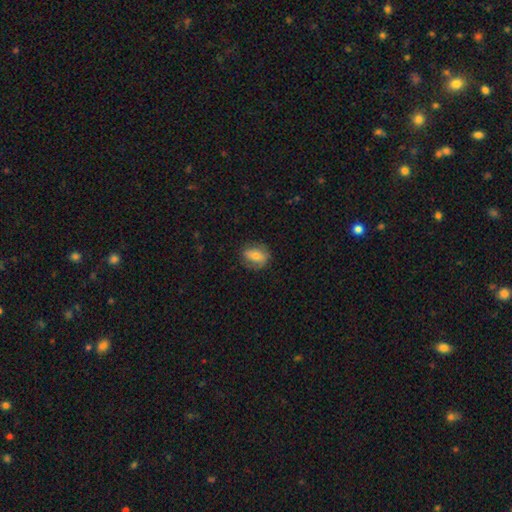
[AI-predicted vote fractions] Smooth or featured?
  - smooth: 67% *
  - featured or disk: 25%
  - star or artifact: 8%
How rounded?
  - in between: 64% *
  - round: 33%
  - cigar-shaped: 3%
Merging?
  - none: 74% *
  - minor disturbance: 18%
  - major disturbance: 6%
  - merger: 1%